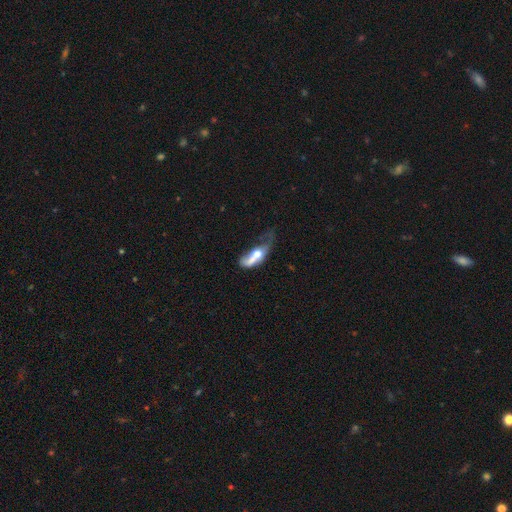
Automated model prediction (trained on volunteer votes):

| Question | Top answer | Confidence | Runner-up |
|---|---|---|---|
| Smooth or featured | smooth | 52% | featured or disk (40%) |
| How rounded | in between | 70% | cigar-shaped (23%) |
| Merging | major disturbance | 38% | merger (33%) |